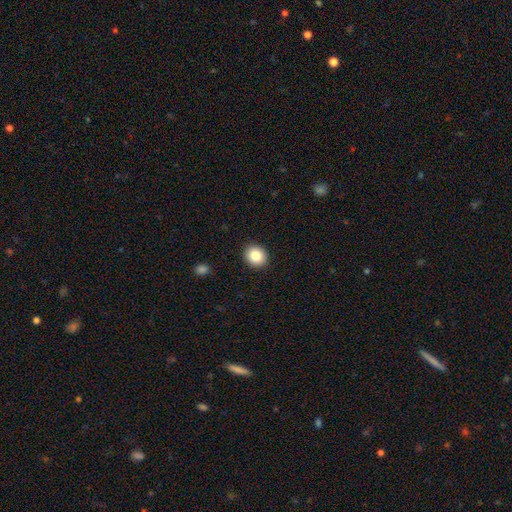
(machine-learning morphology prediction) smooth 85%, star or artifact 9%, featured or disk 6%. Down the decision tree: how rounded — round (82%); merging — none (92%).